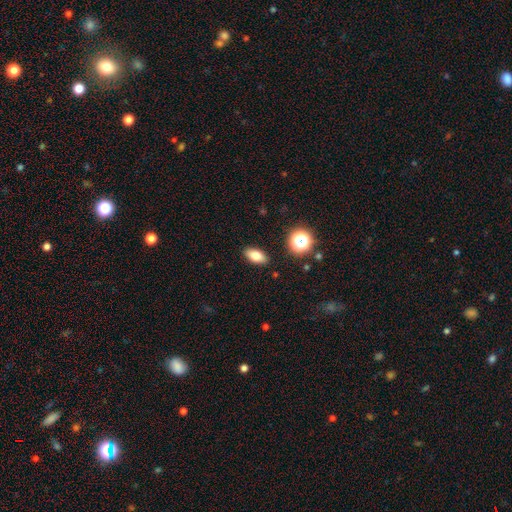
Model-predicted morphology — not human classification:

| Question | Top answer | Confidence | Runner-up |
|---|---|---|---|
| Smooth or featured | smooth | 76% | featured or disk (13%) |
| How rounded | in between | 84% | cigar-shaped (8%) |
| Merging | none | 88% | minor disturbance (8%) |